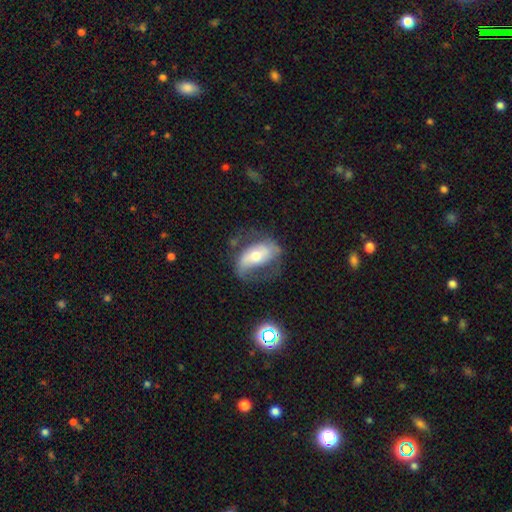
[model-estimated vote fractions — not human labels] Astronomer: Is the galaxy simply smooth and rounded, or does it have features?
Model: featured or disk — 61%.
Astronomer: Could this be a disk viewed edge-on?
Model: no — 92%.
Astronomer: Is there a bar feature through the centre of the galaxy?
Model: no — 44% (runner-up: weak, 28%).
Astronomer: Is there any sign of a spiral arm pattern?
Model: yes — 71%.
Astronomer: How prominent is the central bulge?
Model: moderate — 60%.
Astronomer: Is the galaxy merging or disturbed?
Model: none — 42% (runner-up: major disturbance, 29%).